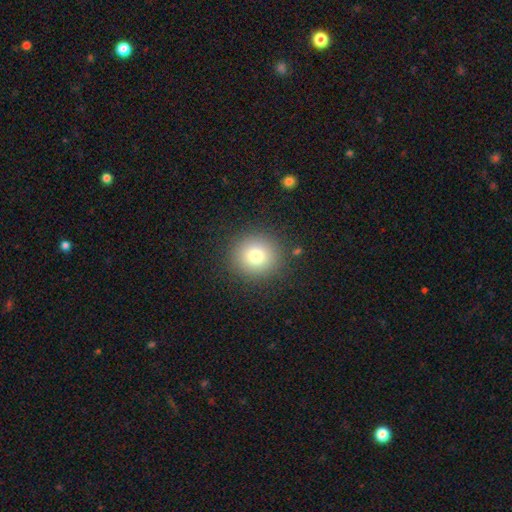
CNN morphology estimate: smooth 78%, star or artifact 13%, featured or disk 10%. Down the decision tree: how rounded — round (92%); merging — none (89%).